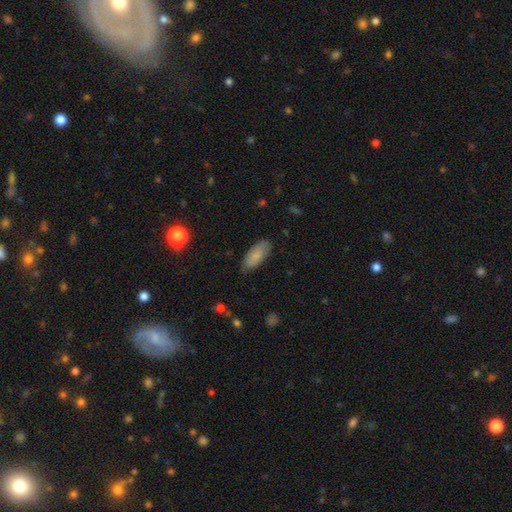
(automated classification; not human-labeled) This appears to be a smooth galaxy with no disk features (81%) that is in between round and cigar-shaped (86%). Merging: none (78%).